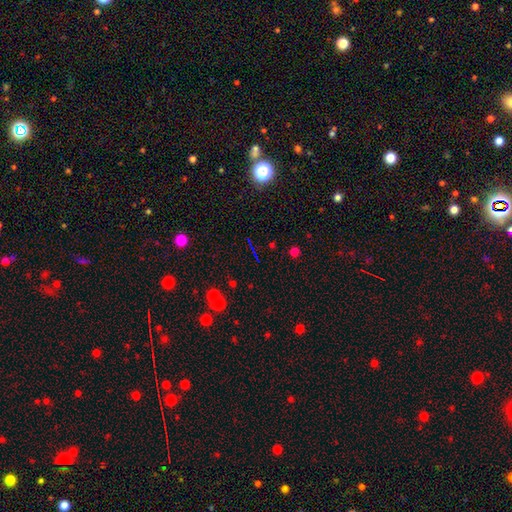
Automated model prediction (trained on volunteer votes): This appears to be a star or artifact, not a galaxy (57%).